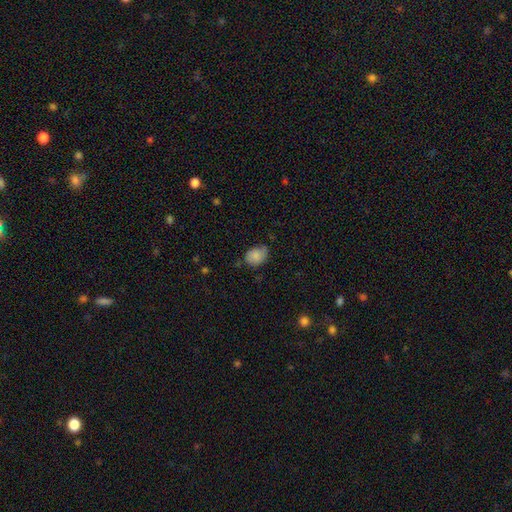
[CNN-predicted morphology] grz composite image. It shows a smooth galaxy with no disk features (79%) that is in between round and cigar-shaped (67%). Merging: none (59%).